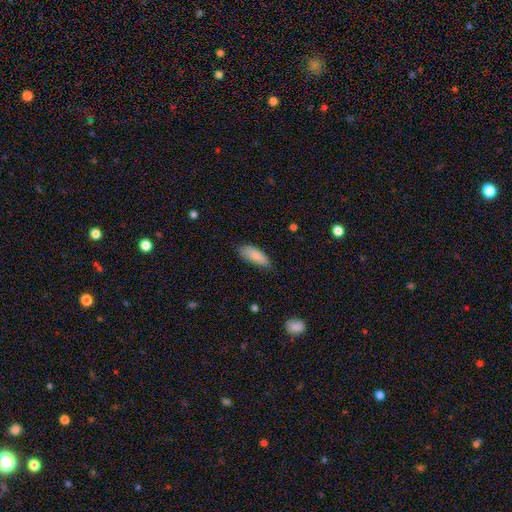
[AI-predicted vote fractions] A smooth galaxy with no disk features (88%) that is in between round and cigar-shaped (76%). Merging: none (74%).